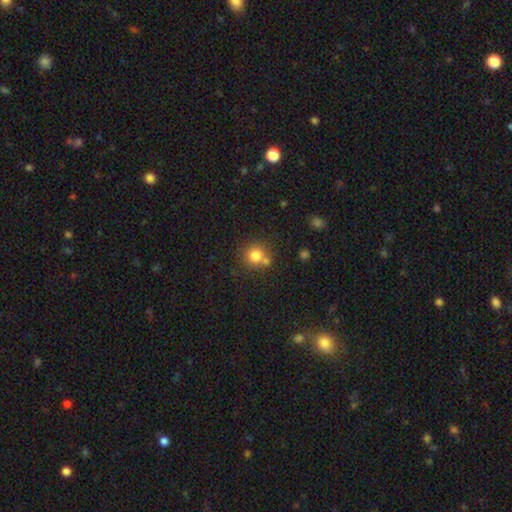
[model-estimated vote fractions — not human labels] Morphology: type=smooth (79%); roundness=round (91%); merging=none (65%).